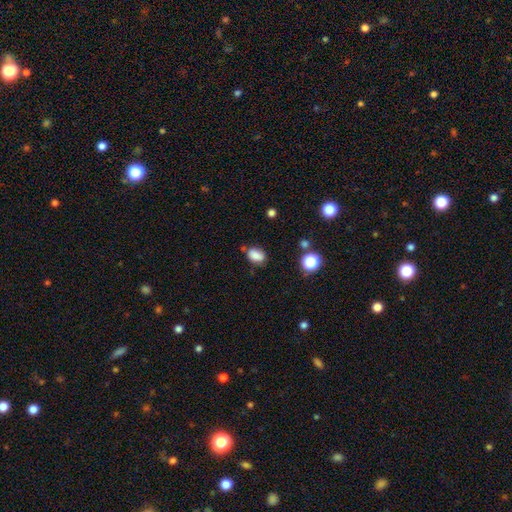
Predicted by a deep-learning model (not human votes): Smooth or featured: smooth — 82% (star or artifact — 11%)
How rounded: in between — 81% (round — 18%)
Merging: none — 71% (minor disturbance — 19%)